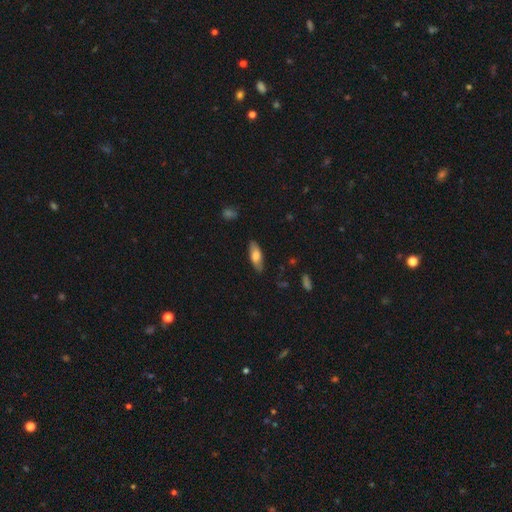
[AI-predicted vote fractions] smooth_or_featured: smooth (p=0.70) [alt: featured or disk p=0.24]
how_rounded: in between (p=0.66) [alt: cigar-shaped p=0.32]
merging: none (p=0.83) [alt: minor disturbance p=0.13]